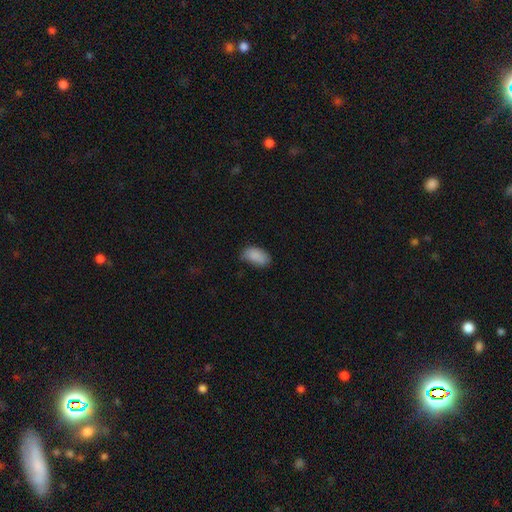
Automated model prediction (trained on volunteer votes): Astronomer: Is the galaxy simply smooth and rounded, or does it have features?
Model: smooth — 88%.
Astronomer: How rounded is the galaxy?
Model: in between — 94%.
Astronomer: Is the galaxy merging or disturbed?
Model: none — 68%.